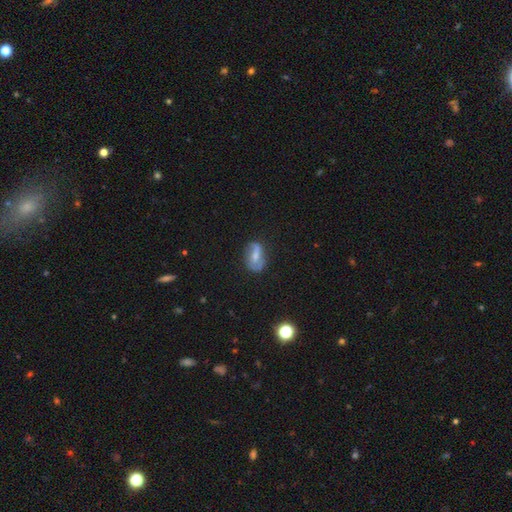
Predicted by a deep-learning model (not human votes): smooth_or_featured: featured or disk (p=0.57) [alt: smooth p=0.35]
disk_edge_on: no (p=0.94) [alt: yes p=0.06]
bar: weak (p=0.41) [alt: strong p=0.30]
has_spiral_arms: yes (p=0.74) [alt: no p=0.26]
bulge_size: moderate (p=0.39) [alt: small p=0.38]
merging: none (p=0.58) [alt: minor disturbance p=0.26]